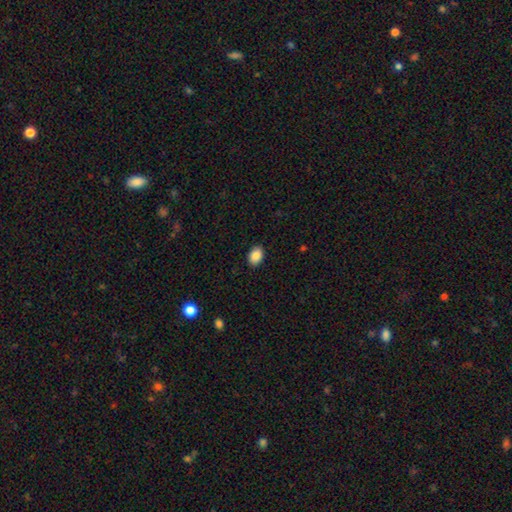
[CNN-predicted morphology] This appears to be a smooth galaxy with no disk features (88%) that is in between round and cigar-shaped (81%). Merging: none (89%).